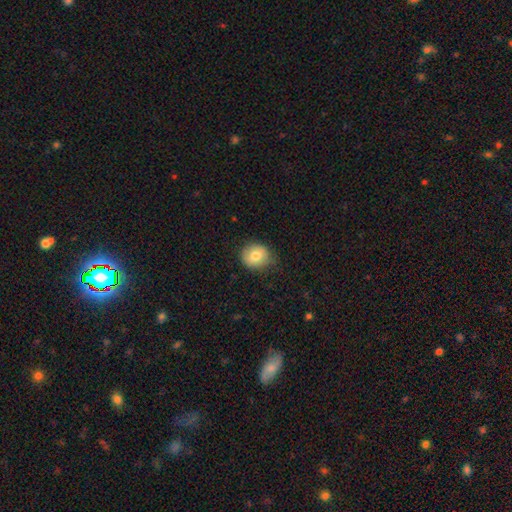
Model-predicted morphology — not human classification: smooth_or_featured: smooth (p=0.79) [alt: featured or disk p=0.13]
how_rounded: round (p=0.72) [alt: in between p=0.27]
merging: none (p=0.74) [alt: minor disturbance p=0.20]